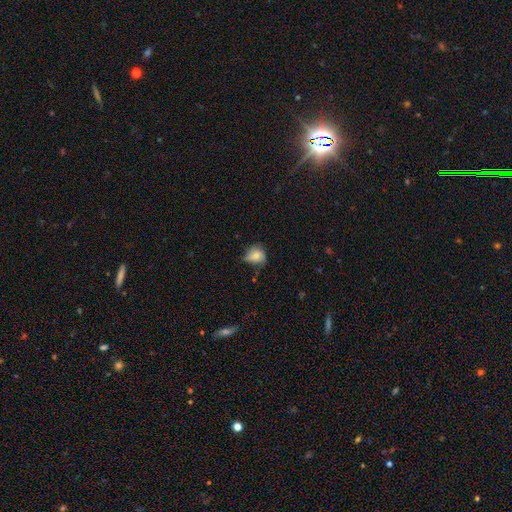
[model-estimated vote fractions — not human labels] Smooth or featured? Predicted: smooth (p=0.72). How rounded? Predicted: round (p=0.59). Merging? Predicted: none (p=0.44).